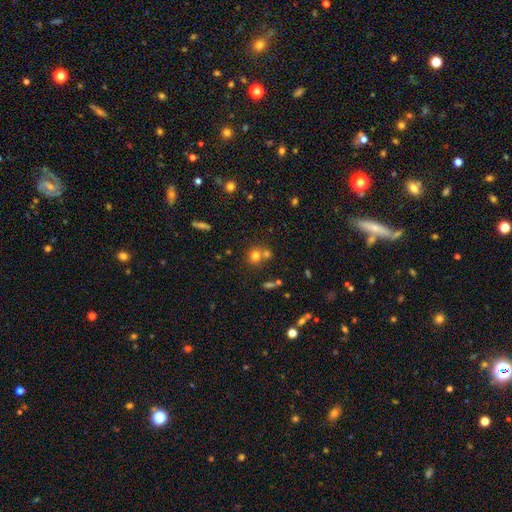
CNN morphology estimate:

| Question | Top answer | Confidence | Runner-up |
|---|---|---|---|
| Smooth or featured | smooth | 71% | star or artifact (17%) |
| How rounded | round | 85% | in between (14%) |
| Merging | none | 52% | merger (38%) |